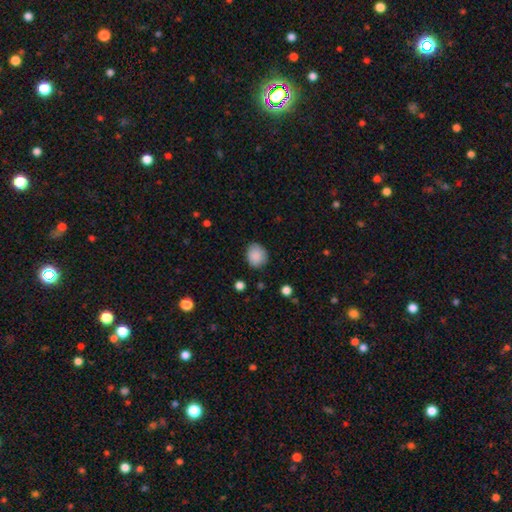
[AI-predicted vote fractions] smooth_or_featured: smooth (p=0.88) [alt: star or artifact p=0.08]
how_rounded: round (p=0.66) [alt: in between p=0.34]
merging: none (p=0.81) [alt: minor disturbance p=0.14]